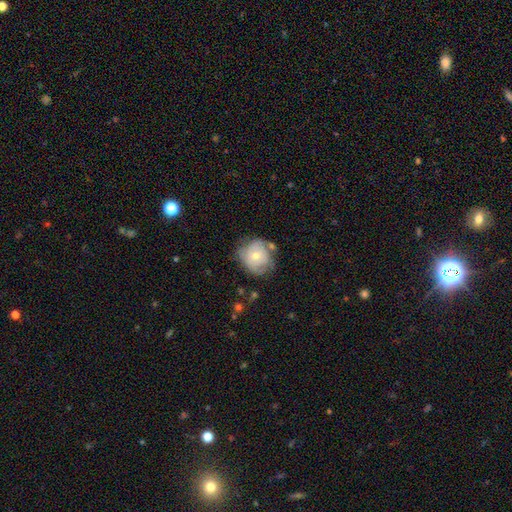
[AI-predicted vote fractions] The model was most divided on "smooth or featured": smooth: 49%, featured or disk: 44%, star or artifact: 7%. More confident: merging — none (50%).